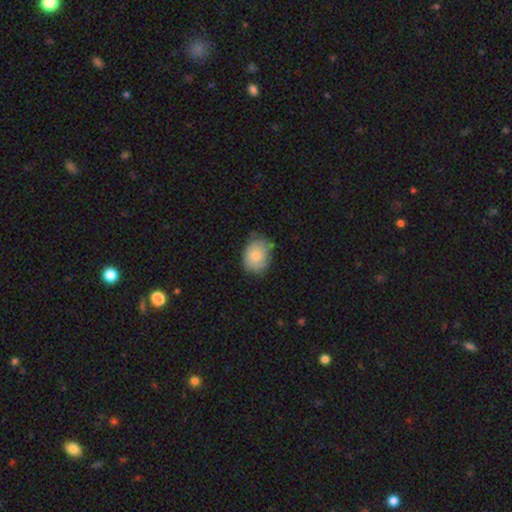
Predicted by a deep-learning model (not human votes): Morphology: type=smooth (79%); roundness=in between (60%); merging=none (63%).